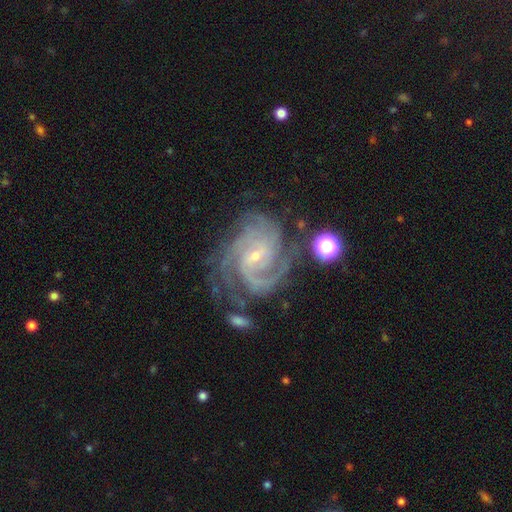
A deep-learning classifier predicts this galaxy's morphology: Smooth or featured: featured or disk — 91% (star or artifact — 5%)
Edge-on disk: no — 98% (yes — 2%)
Bar: weak — 45% (no — 39%)
Spiral arms: yes — 98% (no — 2%)
Spiral winding: tight — 60% (medium — 35%)
Spiral arm count: 3 — 28% (4 — 24%)
Bulge size: small — 80% (moderate — 17%)
Merging: none — 63% (minor disturbance — 21%)